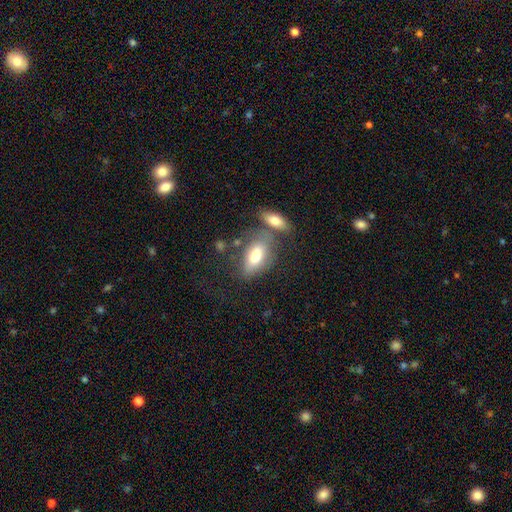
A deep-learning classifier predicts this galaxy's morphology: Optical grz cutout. It shows a smooth galaxy with no disk features (74%) that is in between round and cigar-shaped (88%). Merging: none (49%).